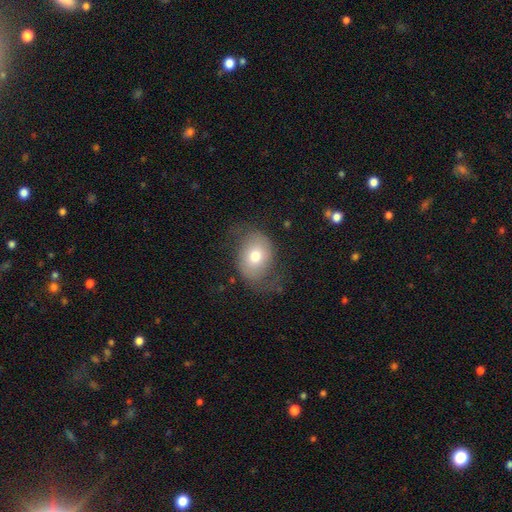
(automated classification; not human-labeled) A featured or disk galaxy (46%).

Vote fractions:
- Smooth or featured? featured or disk: 46% / smooth: 42% / star or artifact: 12%
- Merging? none: 64% / minor disturbance: 21% / major disturbance: 13% / merger: 1%